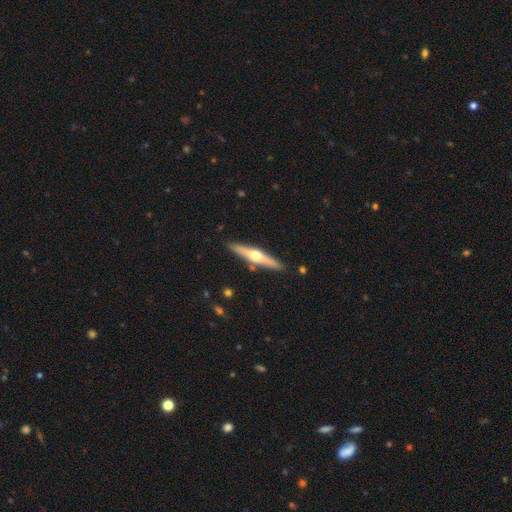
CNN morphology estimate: type=featured or disk (66%); edge-on=yes (96%); edge-on bulge=rounded (94%); merging=none (88%).